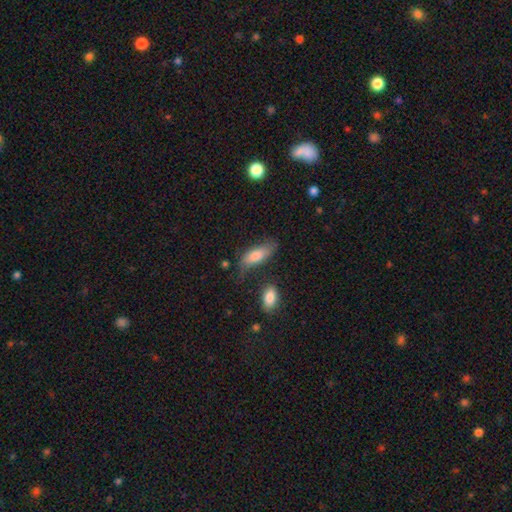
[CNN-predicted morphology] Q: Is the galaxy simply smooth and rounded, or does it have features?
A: smooth — 77%.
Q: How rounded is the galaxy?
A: in between — 69%.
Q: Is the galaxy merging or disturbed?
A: none — 61%.